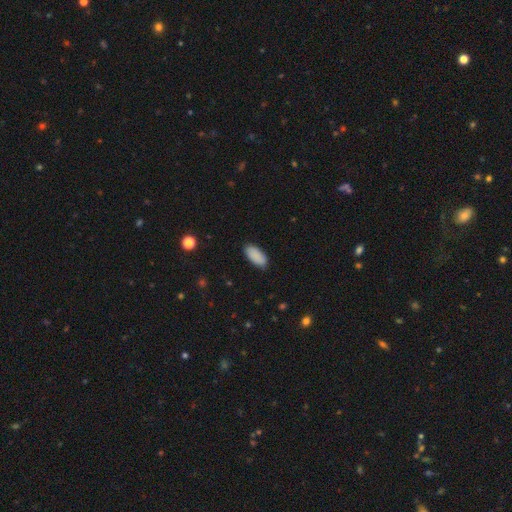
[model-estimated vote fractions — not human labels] The model was most divided on "merging": none: 86%, minor disturbance: 11%, major disturbance: 2%, merger: 1%. More confident: how rounded — in between (92%); smooth or featured — smooth (89%).